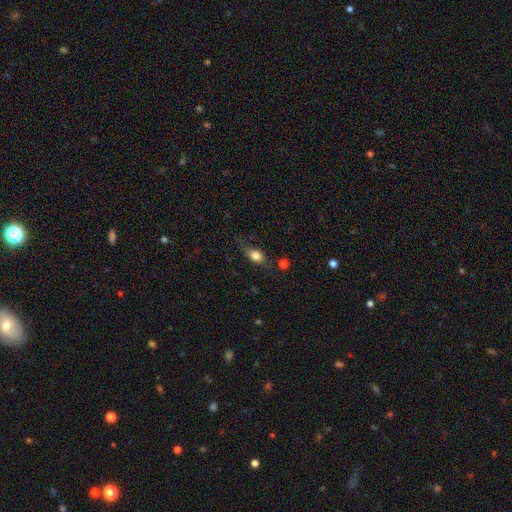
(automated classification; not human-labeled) The model was most divided on "merging": none: 66%, minor disturbance: 23%, major disturbance: 8%, merger: 3%. More confident: smooth or featured — smooth (79%); how rounded — in between (78%).